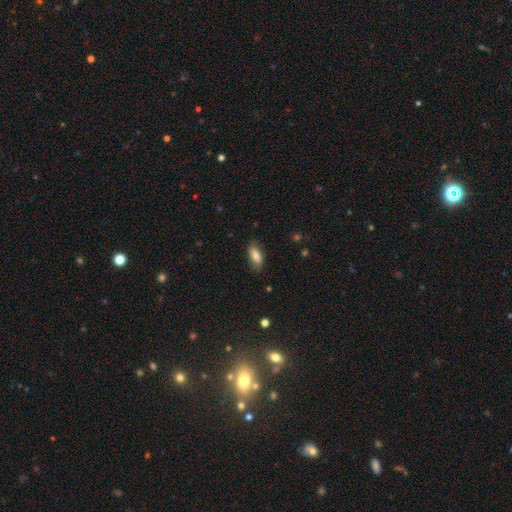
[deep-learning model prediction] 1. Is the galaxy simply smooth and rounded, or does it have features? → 77% smooth, 16% featured or disk, 7% star or artifact.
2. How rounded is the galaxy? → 83% in between, 14% cigar-shaped, 3% round.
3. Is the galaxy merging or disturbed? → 82% none, 14% minor disturbance, 3% major disturbance, 1% merger.